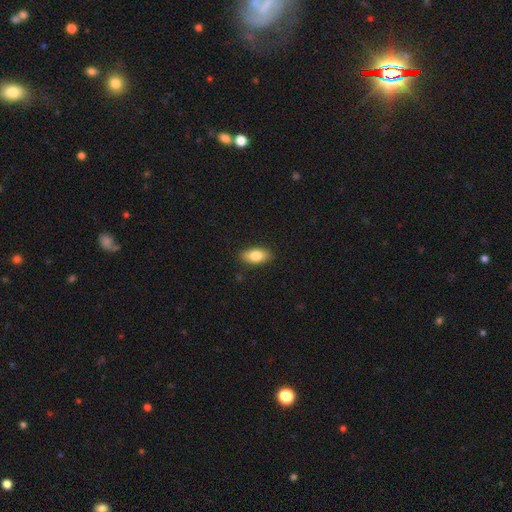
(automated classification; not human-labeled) Smooth or featured: smooth — 82% (featured or disk — 12%)
How rounded: in between — 88% (cigar-shaped — 7%)
Merging: none — 88% (minor disturbance — 9%)